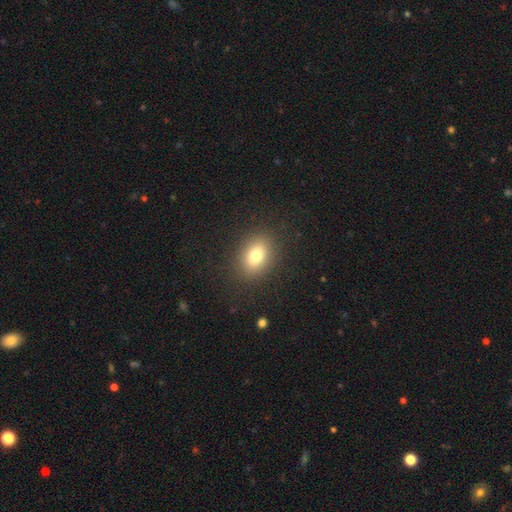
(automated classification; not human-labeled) smooth-or-featured: smooth: 78% | star or artifact: 11% | featured or disk: 11%
  how-rounded: in between: 72% | round: 26% | cigar-shaped: 2%
  merging: none: 87% | minor disturbance: 8% | major disturbance: 4% | merger: 1%